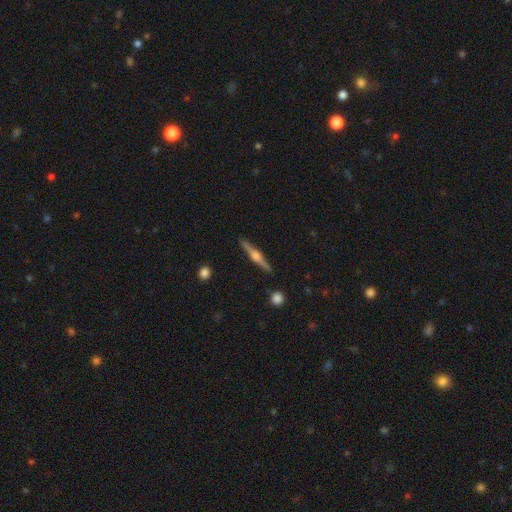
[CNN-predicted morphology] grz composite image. It shows a featured or disk galaxy (78%) viewed edge-on (98%) with a rounded central bulge (91%). Merging: none (90%).